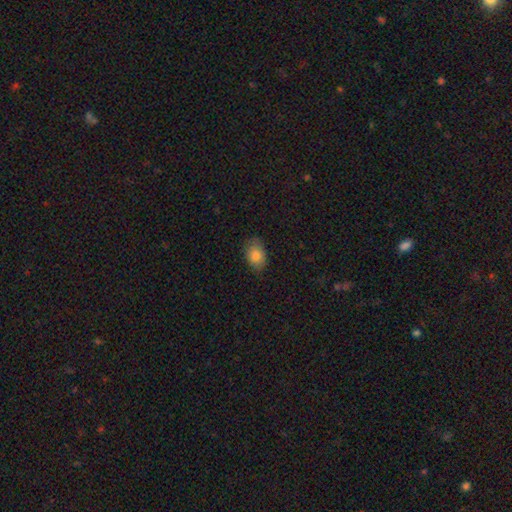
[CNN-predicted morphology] Smooth or featured? smooth (84%)
How rounded? in between (84%)
Merging? none (79%)